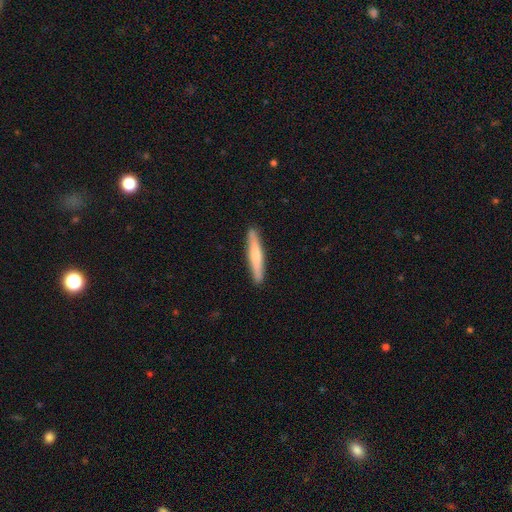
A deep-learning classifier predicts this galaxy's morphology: Smooth or featured? smooth (62%)
How rounded? cigar-shaped (94%)
Merging? none (91%)